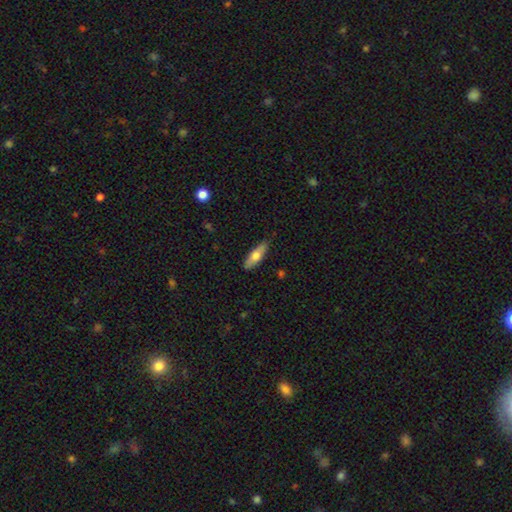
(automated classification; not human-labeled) Smooth or featured: smooth — 62% (featured or disk — 32%)
How rounded: cigar-shaped — 53% (in between — 45%)
Merging: none — 84% (minor disturbance — 13%)